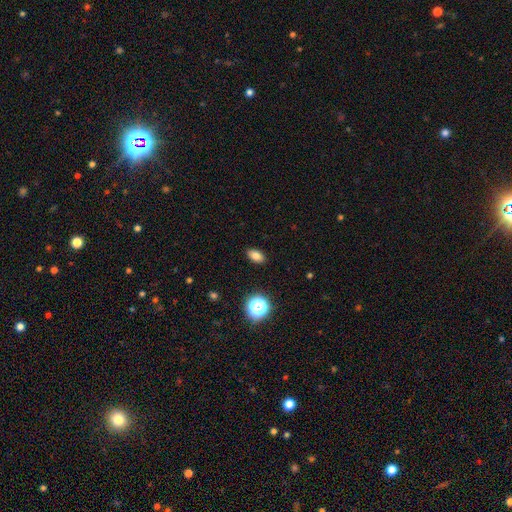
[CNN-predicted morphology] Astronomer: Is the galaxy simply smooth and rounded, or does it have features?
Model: smooth — 80%.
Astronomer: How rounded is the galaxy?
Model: in between — 87%.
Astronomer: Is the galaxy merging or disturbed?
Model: none — 89%.